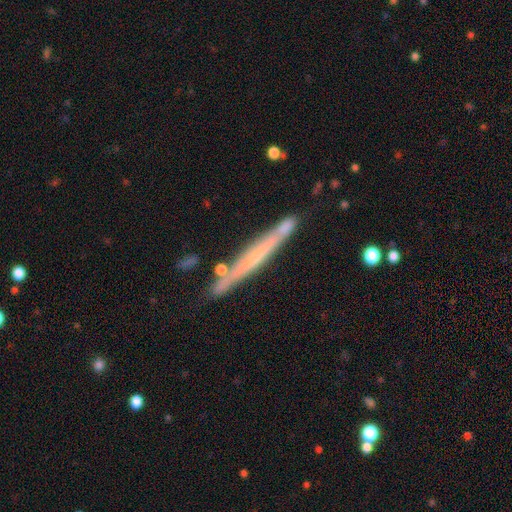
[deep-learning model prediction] featured or disk 58%, smooth 35%, star or artifact 7%. Down the decision tree: edge-on disk — yes (93%); edge-on bulge — none (76%); merging — none (79%).